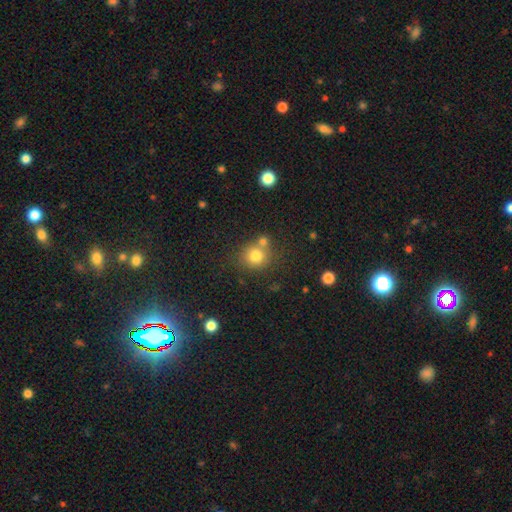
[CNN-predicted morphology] Smooth or featured: smooth — 79% (star or artifact — 13%)
How rounded: round — 87% (in between — 12%)
Merging: none — 61% (merger — 25%)